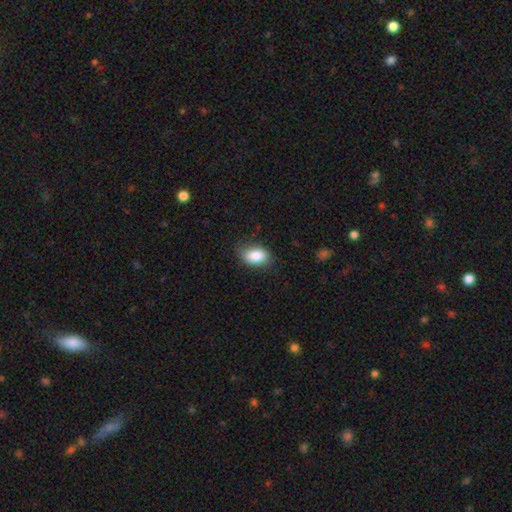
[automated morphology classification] A smooth galaxy with no disk features (86%) that is in between round and cigar-shaped (88%). Merging: none (80%).